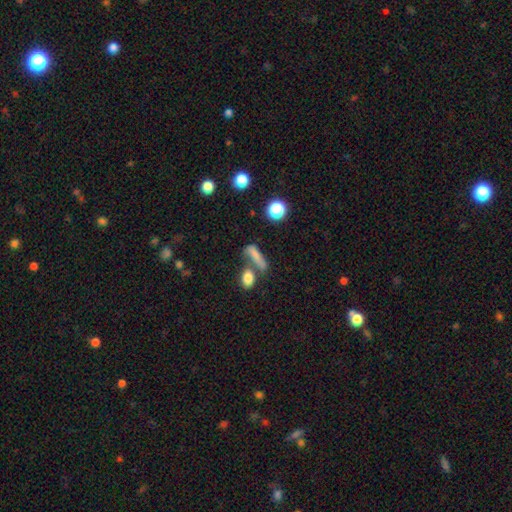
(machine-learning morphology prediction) This is likely a smooth galaxy (72%). How rounded: possibly cigar-shaped (54%). Merging: marginally none (44%).